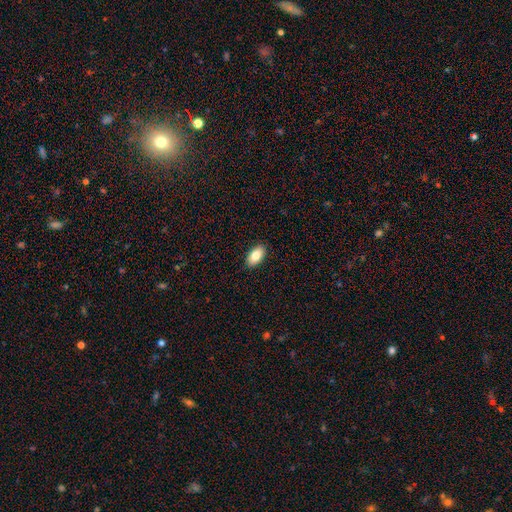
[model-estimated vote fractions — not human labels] smooth 83%, featured or disk 10%, star or artifact 7%. Down the decision tree: how rounded — in between (94%); merging — none (89%).